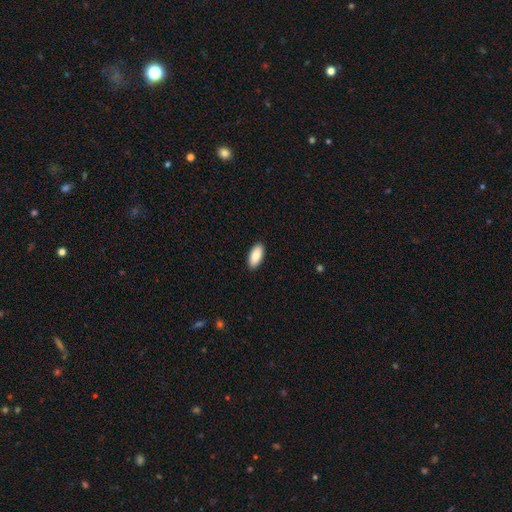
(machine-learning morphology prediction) Smooth or featured? smooth (87%)
How rounded? in between (90%)
Merging? none (90%)